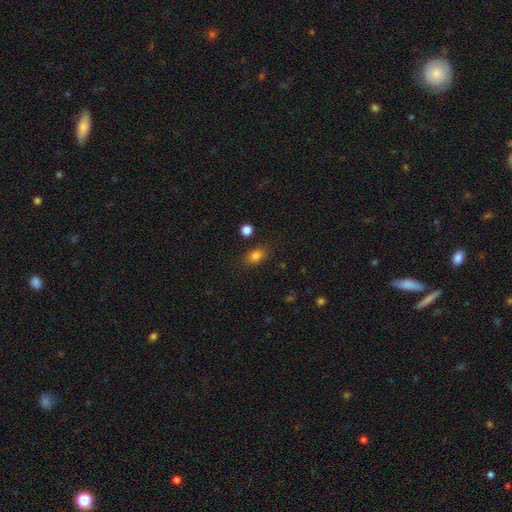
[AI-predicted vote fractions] Smooth or featured? Predicted: smooth (p=0.82). How rounded? Predicted: in between (p=0.67). Merging? Predicted: none (p=0.79).